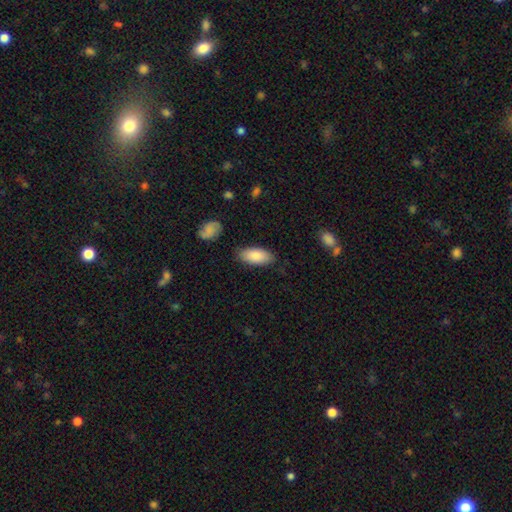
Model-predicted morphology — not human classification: type=smooth (85%); roundness=in between (89%); merging=none (82%).